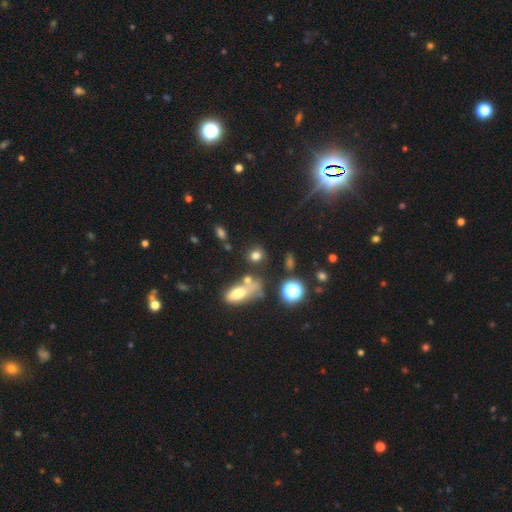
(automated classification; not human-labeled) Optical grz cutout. It shows a smooth galaxy with no disk features (73%) that is round (68%). Merging: none (67%).